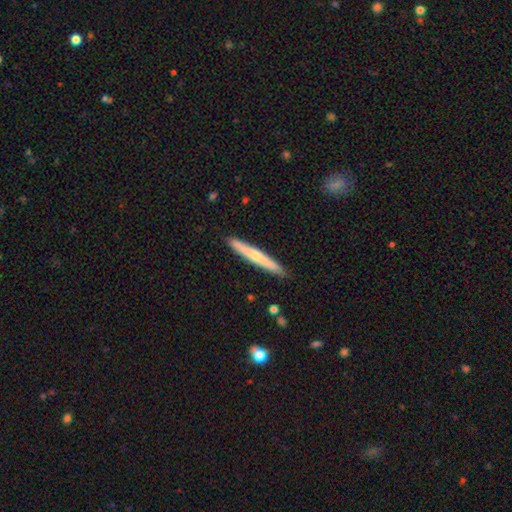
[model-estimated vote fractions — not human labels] smooth_or_featured: smooth (p=0.49) [alt: featured or disk p=0.46]
merging: none (p=0.91) [alt: minor disturbance p=0.07]